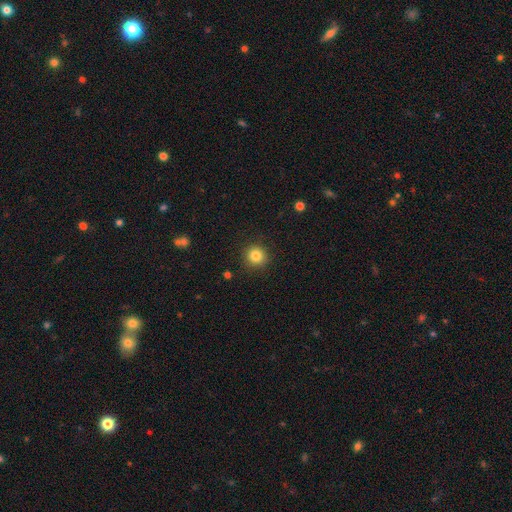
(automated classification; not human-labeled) smooth_or_featured: smooth (p=0.83) [alt: star or artifact p=0.11]
how_rounded: round (p=0.93) [alt: in between p=0.06]
merging: none (p=0.91) [alt: minor disturbance p=0.06]